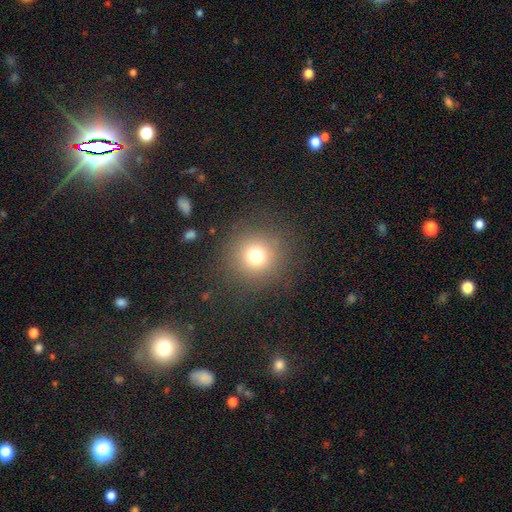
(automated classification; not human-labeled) The model was most divided on "smooth or featured": smooth: 74%, star or artifact: 17%, featured or disk: 9%. More confident: how rounded — round (95%); merging — none (87%).